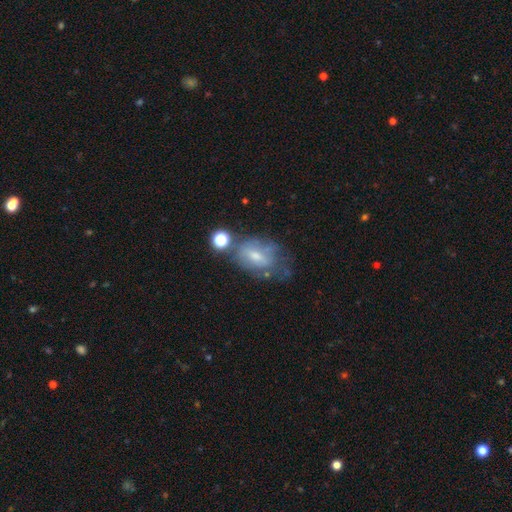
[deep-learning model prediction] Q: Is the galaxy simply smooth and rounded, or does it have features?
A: smooth — 45%.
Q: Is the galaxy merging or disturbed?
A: none — 36%.